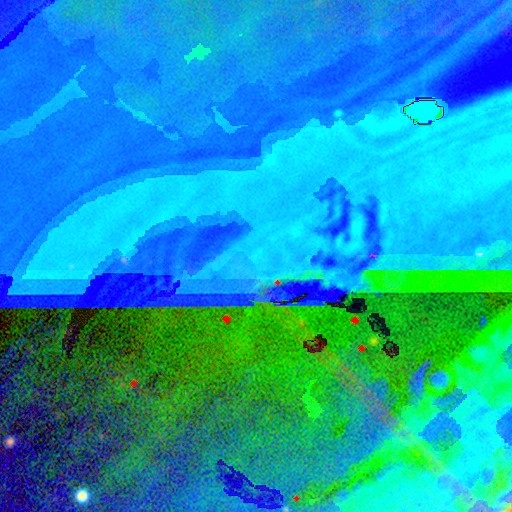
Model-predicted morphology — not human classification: smooth-or-featured: star or artifact: 88% | featured or disk: 6% | smooth: 5%